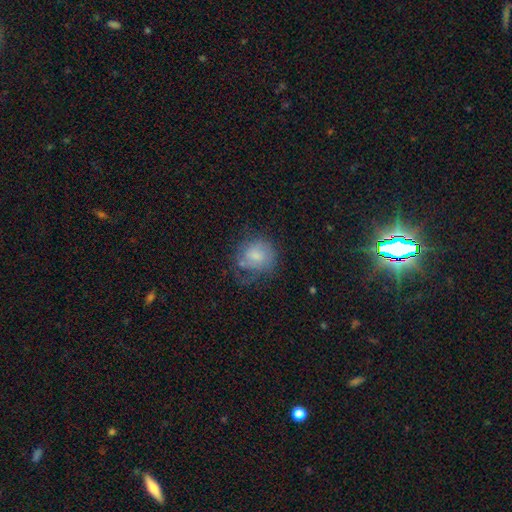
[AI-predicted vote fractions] smooth_or_featured: smooth (p=0.65) [alt: featured or disk p=0.26]
how_rounded: round (p=0.73) [alt: in between p=0.26]
merging: none (p=0.43) [alt: minor disturbance p=0.27]